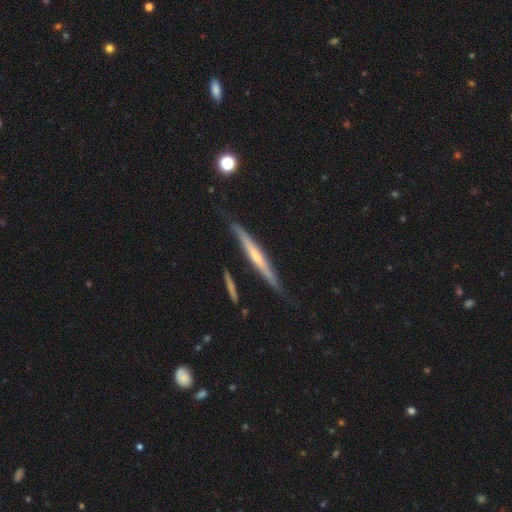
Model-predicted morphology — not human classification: This is likely a featured or disk galaxy (65%). It is clearly viewed edge-on (95%). Edge-on bulge: possibly none (50%). Merging: likely none (80%).